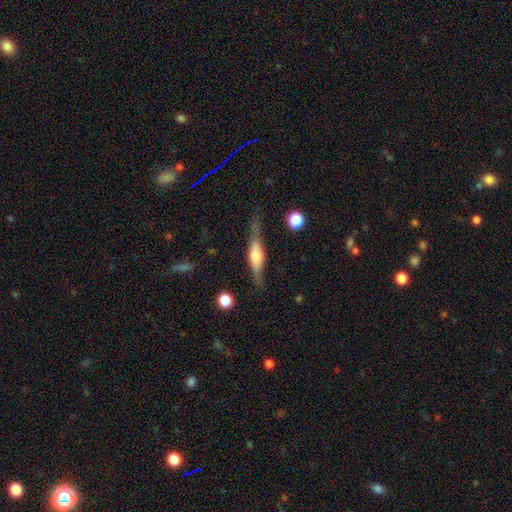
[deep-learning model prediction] A featured or disk galaxy (68%) viewed edge-on (96%) with a rounded central bulge (75%). Merging: none (80%).